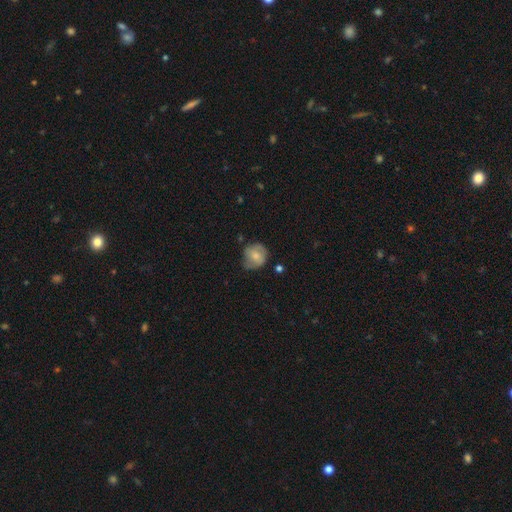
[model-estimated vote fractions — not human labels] Morphology: type=smooth (65%); roundness=round (79%); merging=none (55%).